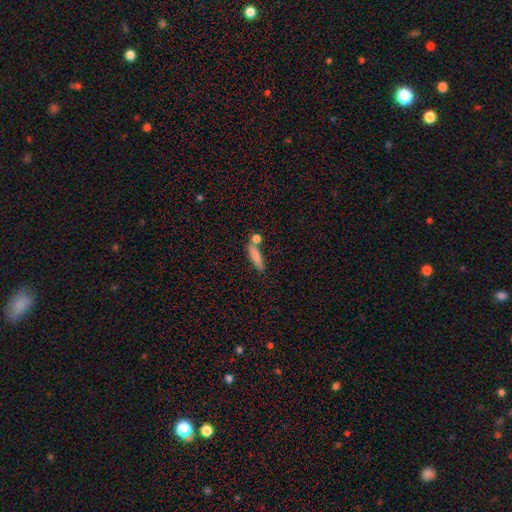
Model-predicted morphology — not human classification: Smooth or featured? smooth (78%)
How rounded? cigar-shaped (72%)
Merging? none (58%)